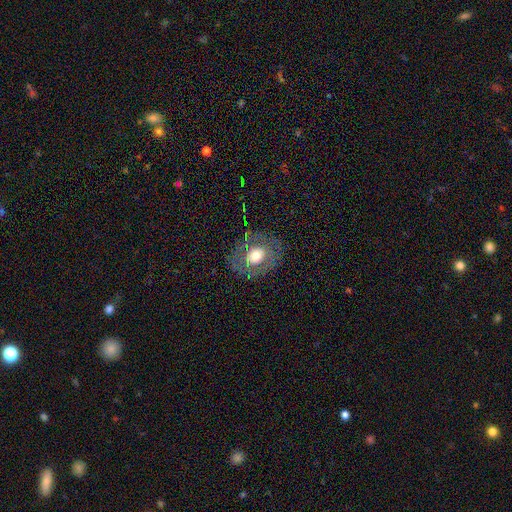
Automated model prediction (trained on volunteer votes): A smooth galaxy with no disk features (52%) that is round (54%). Merging: none (77%).